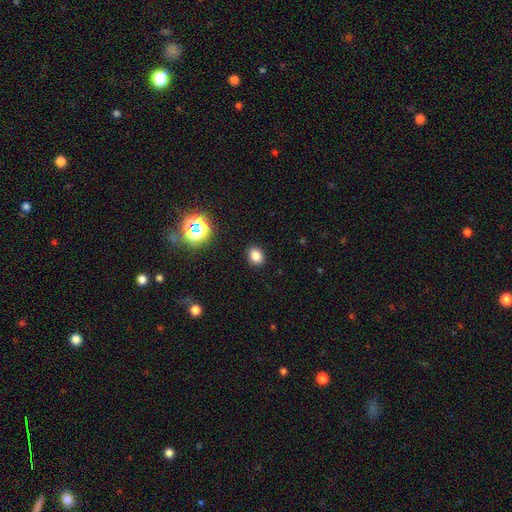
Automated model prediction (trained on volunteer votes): Smooth or featured?
  - smooth: 81% *
  - star or artifact: 14%
  - featured or disk: 5%
How rounded?
  - round: 52% *
  - in between: 47%
  - cigar-shaped: 1%
Merging?
  - none: 90% *
  - minor disturbance: 7%
  - major disturbance: 2%
  - merger: 1%